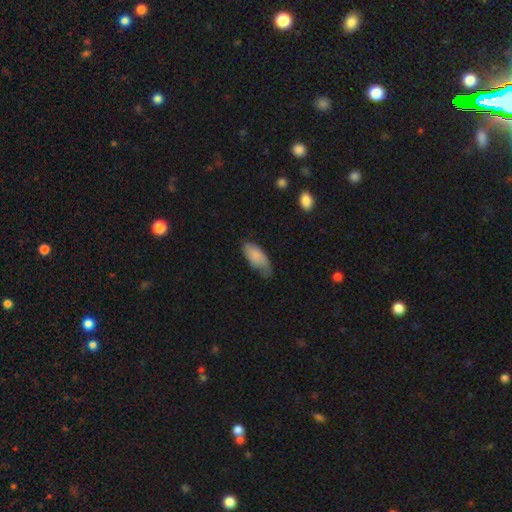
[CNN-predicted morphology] Smooth or featured? Predicted: smooth (p=0.82). How rounded? Predicted: in between (p=0.89). Merging? Predicted: none (p=0.51).